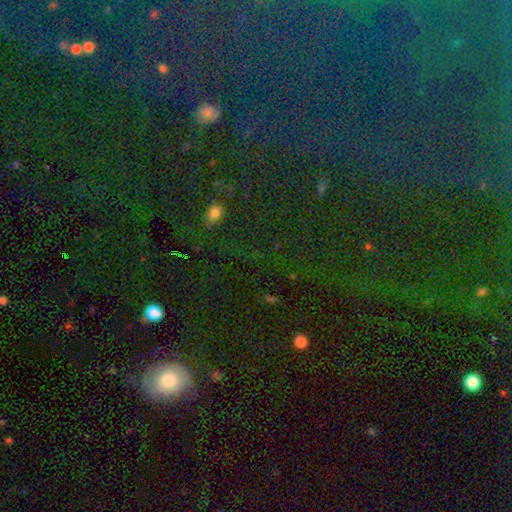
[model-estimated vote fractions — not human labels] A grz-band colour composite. It shows a star or artifact, not a galaxy (59%).